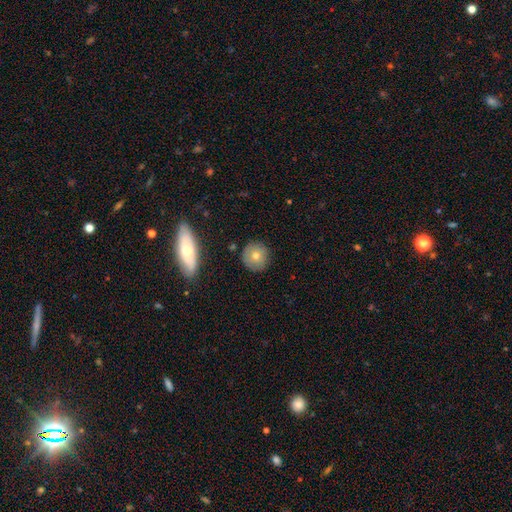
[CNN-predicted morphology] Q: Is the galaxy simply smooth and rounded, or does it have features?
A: smooth — 70%.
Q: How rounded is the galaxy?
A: round — 91%.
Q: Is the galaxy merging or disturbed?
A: none — 86%.